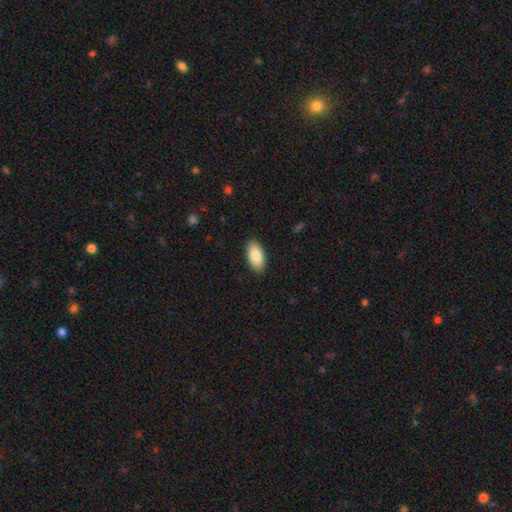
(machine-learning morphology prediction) A smooth galaxy with no disk features (85%) that is in between round and cigar-shaped (94%). Merging: none (89%).